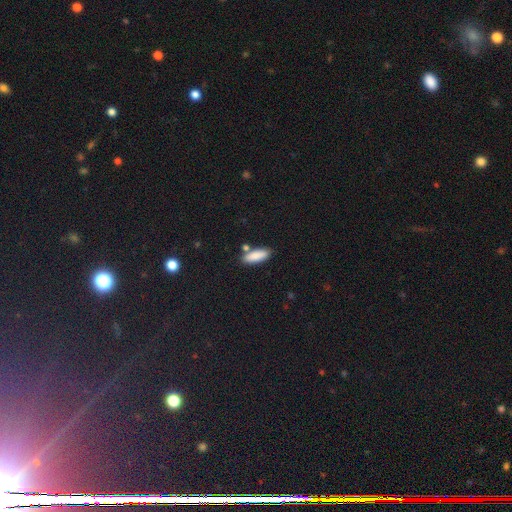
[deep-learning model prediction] Smooth or featured? Predicted: smooth (p=0.86). How rounded? Predicted: in between (p=0.63). Merging? Predicted: none (p=0.78).